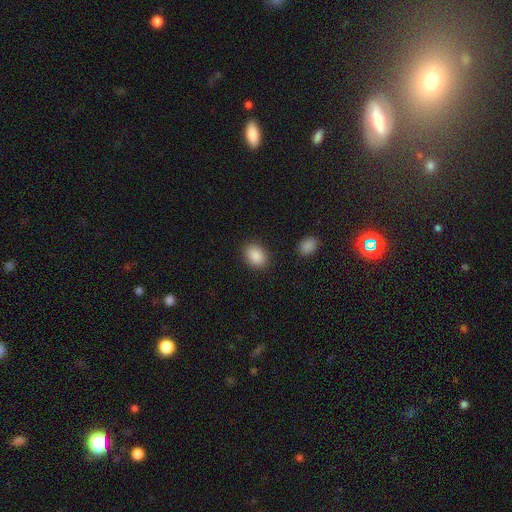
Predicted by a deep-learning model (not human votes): This is clearly a smooth galaxy (89%). How rounded: likely in between (78%). Merging: clearly none (87%).